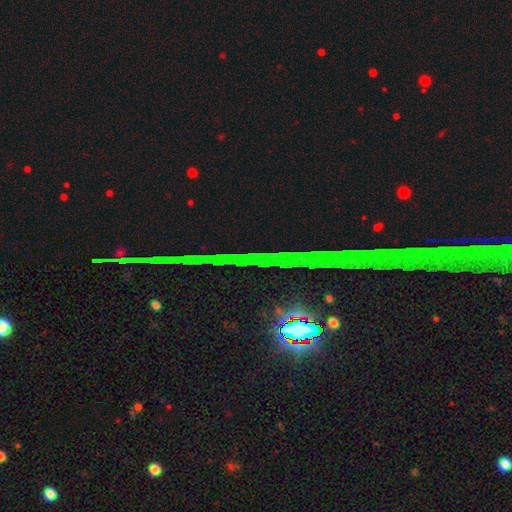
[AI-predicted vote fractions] Smooth or featured?
  - star or artifact: 87% *
  - featured or disk: 7%
  - smooth: 5%